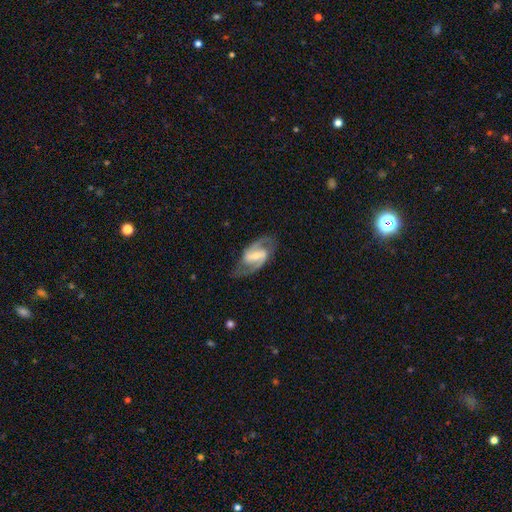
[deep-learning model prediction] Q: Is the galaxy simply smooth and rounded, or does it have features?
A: featured or disk — 89%.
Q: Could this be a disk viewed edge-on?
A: no — 97%.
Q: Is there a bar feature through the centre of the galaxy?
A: strong — 53%.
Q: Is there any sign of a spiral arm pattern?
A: yes — 96%.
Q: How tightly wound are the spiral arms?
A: medium — 59%.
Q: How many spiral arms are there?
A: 2 — 93%.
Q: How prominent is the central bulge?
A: small — 48%.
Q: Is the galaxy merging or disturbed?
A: none — 80%.